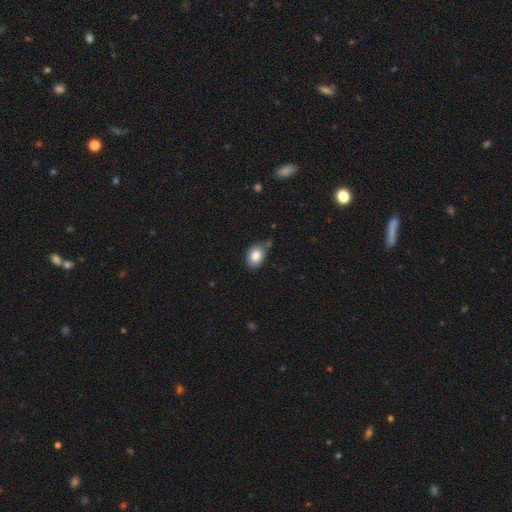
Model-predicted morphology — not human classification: smooth-or-featured: smooth: 83% | featured or disk: 9% | star or artifact: 8%
  how-rounded: in between: 73% | round: 26% | cigar-shaped: 1%
  merging: none: 69% | minor disturbance: 21% | merger: 5% | major disturbance: 4%